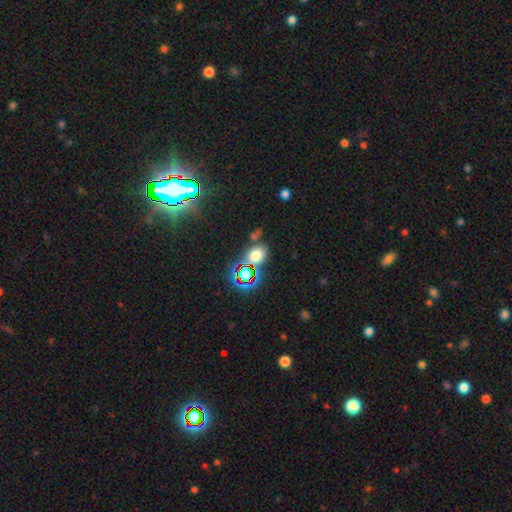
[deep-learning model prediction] Q: Smooth or featured?
A: smooth (62%); runner-up: star or artifact (29%)
Q: How rounded?
A: in between (59%); runner-up: round (39%)
Q: Merging?
A: none (67%); runner-up: minor disturbance (14%)